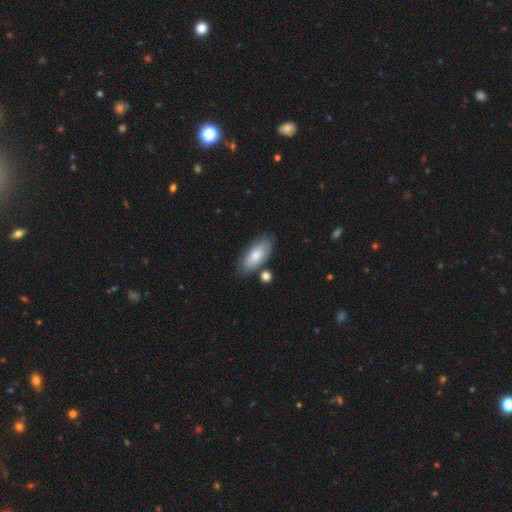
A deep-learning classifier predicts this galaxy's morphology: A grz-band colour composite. It shows a smooth galaxy with no disk features (78%) that is in between round and cigar-shaped (84%). Merging: none (74%).